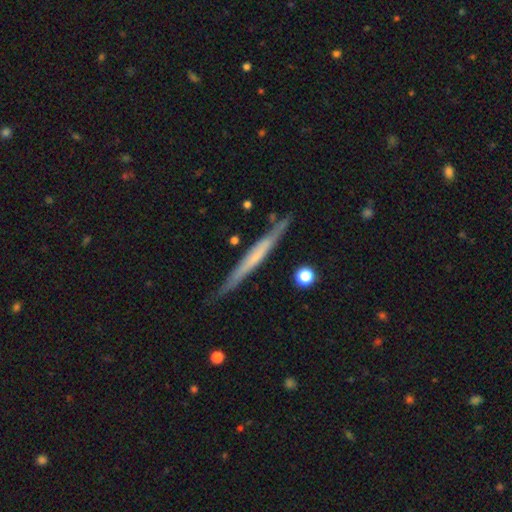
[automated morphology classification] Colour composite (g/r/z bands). It shows a featured or disk galaxy (60%) viewed edge-on (96%) with no central bulge (76%). Merging: none (84%).